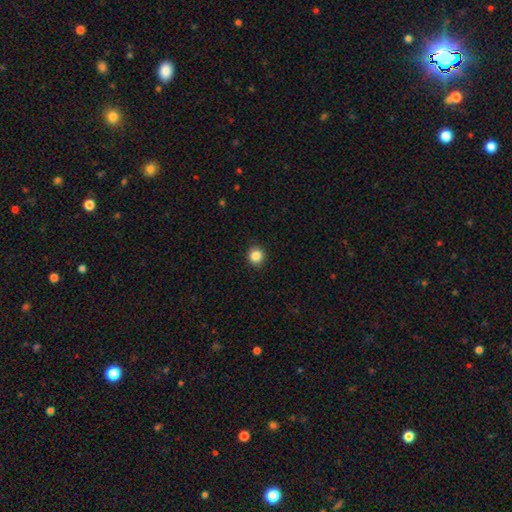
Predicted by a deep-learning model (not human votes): The model was most divided on "smooth or featured": smooth: 87%, star or artifact: 10%, featured or disk: 3%. More confident: merging — none (91%); how rounded — round (90%).